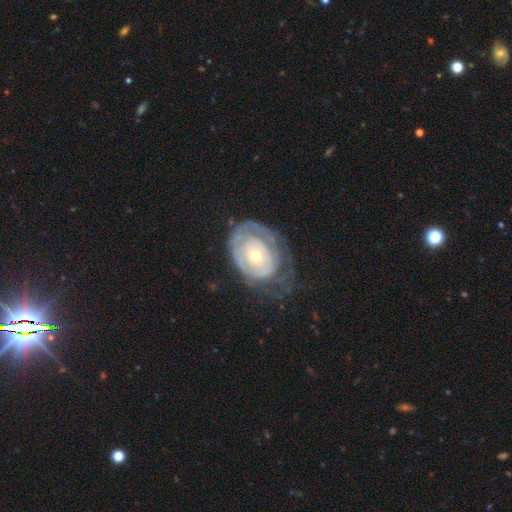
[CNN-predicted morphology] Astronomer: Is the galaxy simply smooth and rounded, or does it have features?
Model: featured or disk — 69%.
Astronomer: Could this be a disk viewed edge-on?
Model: no — 96%.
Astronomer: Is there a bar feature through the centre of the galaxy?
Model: no — 84%.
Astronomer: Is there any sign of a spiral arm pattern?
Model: yes — 60% (runner-up: no, 40%).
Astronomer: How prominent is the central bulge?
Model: small — 61%.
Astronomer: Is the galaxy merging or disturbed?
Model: none — 42% (runner-up: major disturbance, 30%).